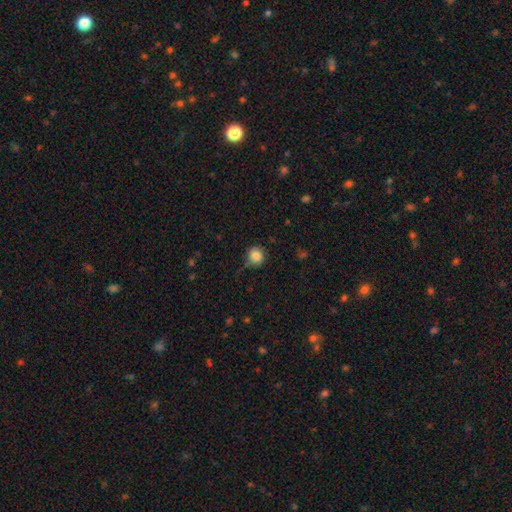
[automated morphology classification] smooth 85%, star or artifact 10%, featured or disk 5%. Down the decision tree: how rounded — round (89%); merging — none (76%).